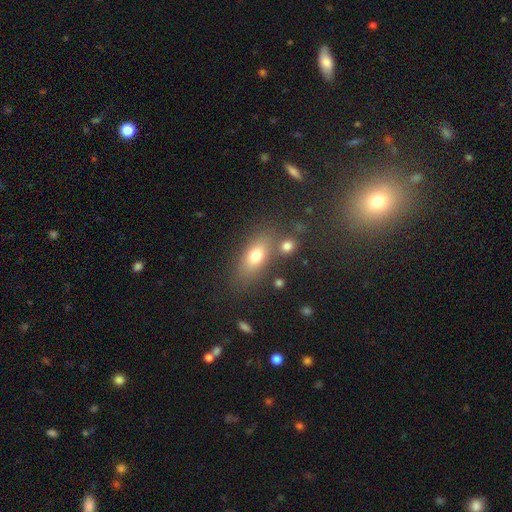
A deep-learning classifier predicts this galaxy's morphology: Smooth or featured: smooth — 73% (featured or disk — 16%)
How rounded: in between — 77% (cigar-shaped — 14%)
Merging: none — 69% (minor disturbance — 13%)